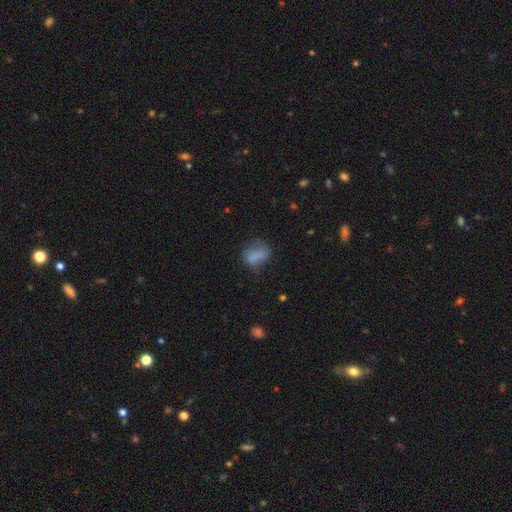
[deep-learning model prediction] Smooth or featured: smooth — 72% (featured or disk — 17%)
How rounded: in between — 71% (round — 25%)
Merging: none — 46% (minor disturbance — 29%)